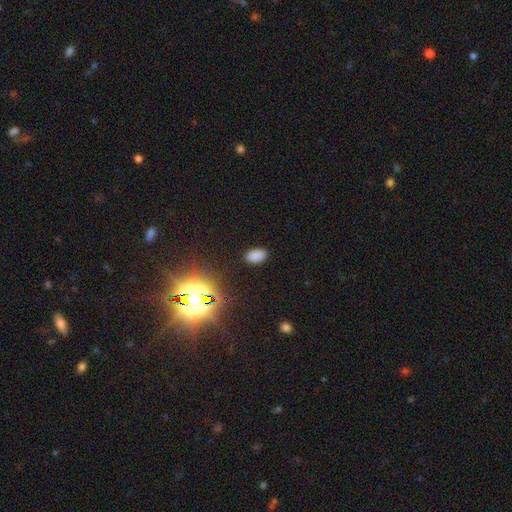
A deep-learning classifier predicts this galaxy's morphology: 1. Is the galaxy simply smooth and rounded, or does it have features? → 78% smooth, 18% star or artifact, 4% featured or disk.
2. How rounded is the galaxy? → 91% in between, 7% round, 2% cigar-shaped.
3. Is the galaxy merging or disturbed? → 86% none, 10% minor disturbance, 3% major disturbance, 1% merger.